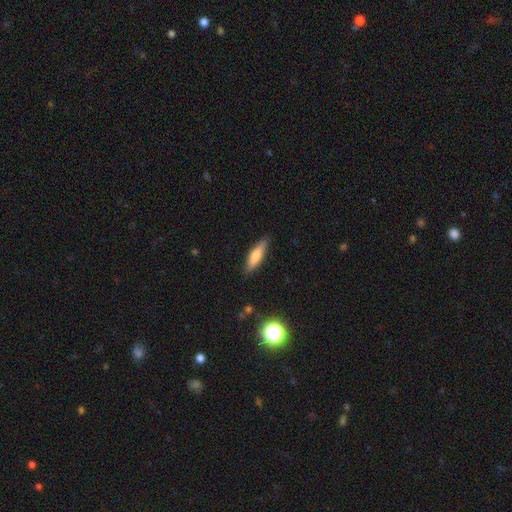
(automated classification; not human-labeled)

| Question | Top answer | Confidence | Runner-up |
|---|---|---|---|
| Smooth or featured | smooth | 64% | featured or disk (29%) |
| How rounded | cigar-shaped | 69% | in between (30%) |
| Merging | none | 86% | minor disturbance (11%) |